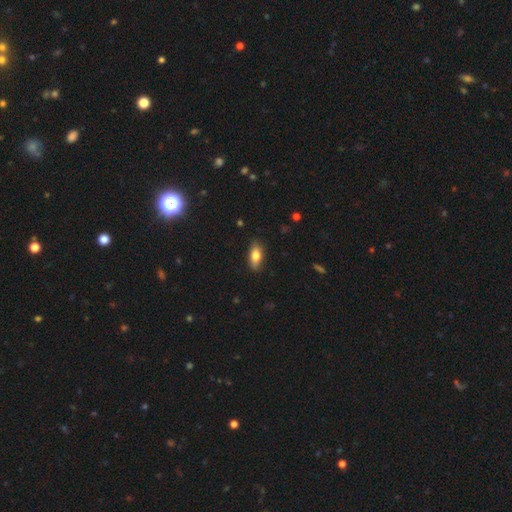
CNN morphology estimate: Q: Smooth or featured?
A: smooth (77%); runner-up: featured or disk (16%)
Q: How rounded?
A: in between (81%); runner-up: cigar-shaped (16%)
Q: Merging?
A: none (86%); runner-up: minor disturbance (11%)